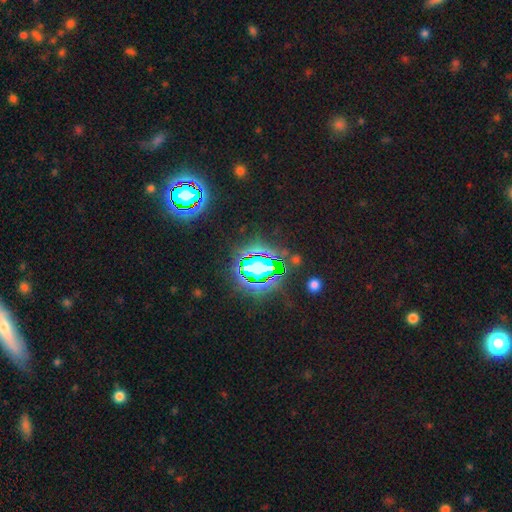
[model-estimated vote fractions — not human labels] Q: Smooth or featured?
A: star or artifact (80%); runner-up: smooth (12%)